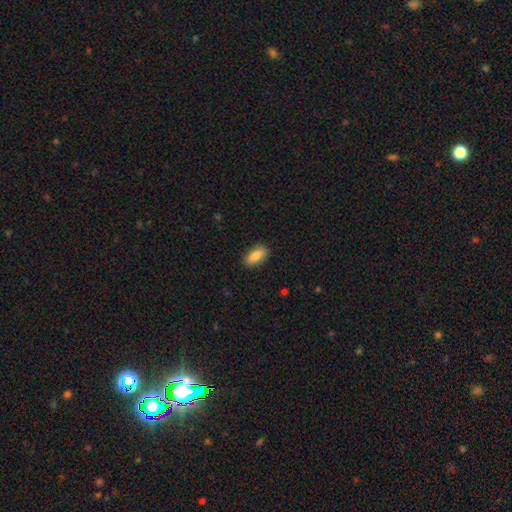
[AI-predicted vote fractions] Smooth or featured? Predicted: smooth (p=0.87). How rounded? Predicted: in between (p=0.87). Merging? Predicted: none (p=0.87).